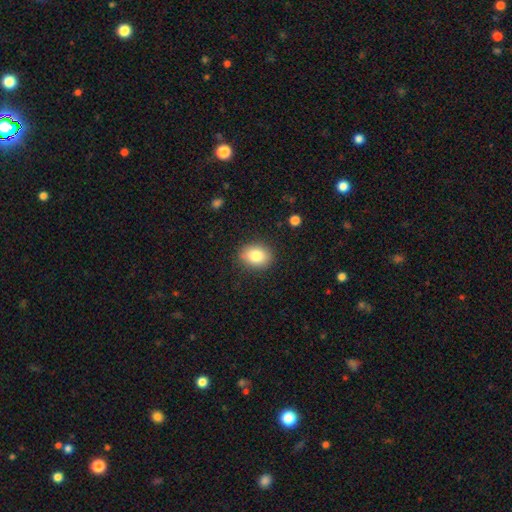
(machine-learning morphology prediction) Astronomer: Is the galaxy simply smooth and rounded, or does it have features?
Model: smooth — 84%.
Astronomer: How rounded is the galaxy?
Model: in between — 61% (runner-up: round, 38%).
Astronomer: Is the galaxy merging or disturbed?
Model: none — 87%.